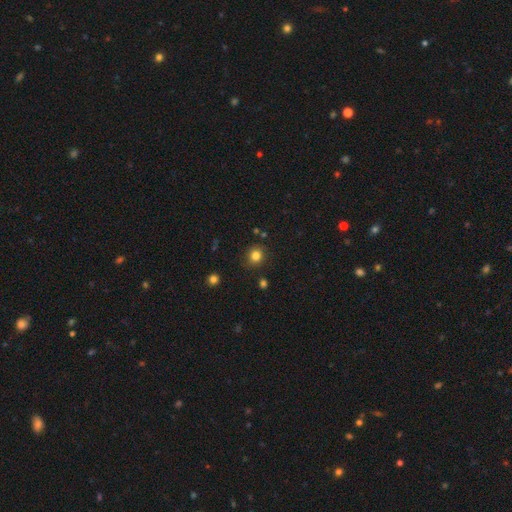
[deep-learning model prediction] Smooth or featured: smooth — 82% (star or artifact — 13%)
How rounded: round — 86% (in between — 13%)
Merging: none — 84% (minor disturbance — 10%)